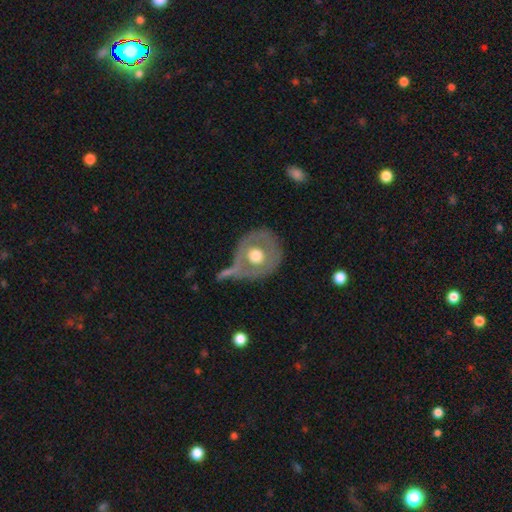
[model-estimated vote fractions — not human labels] This appears to be a featured or disk galaxy (49%). Merging: none (56%).